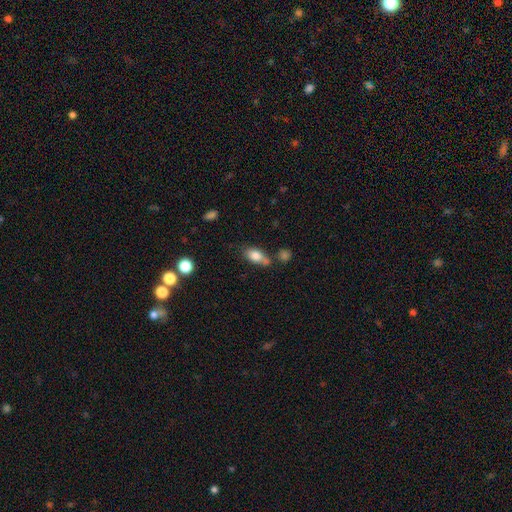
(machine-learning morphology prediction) A smooth galaxy with no disk features (80%) that is in between round and cigar-shaped (85%).

Vote fractions:
- Smooth or featured? smooth: 80% / featured or disk: 12% / star or artifact: 8%
- How rounded? in between: 85% / cigar-shaped: 8% / round: 7%
- Merging? none: 53% / merger: 23% / minor disturbance: 19% / major disturbance: 6%